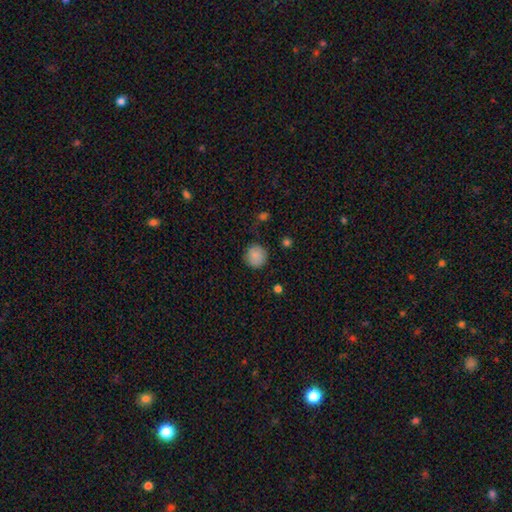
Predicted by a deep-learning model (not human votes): This is clearly a smooth galaxy (87%). How rounded: clearly round (92%). Merging: clearly none (85%).